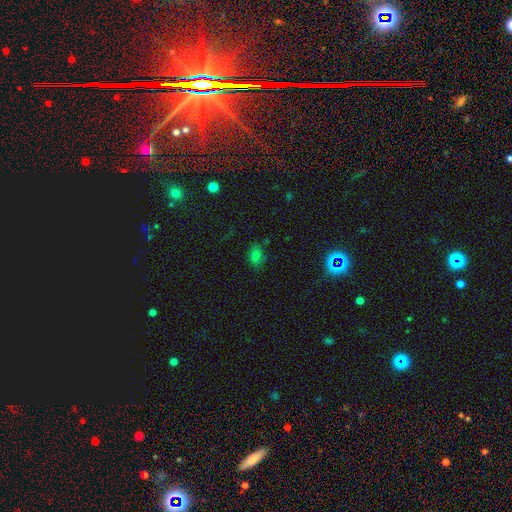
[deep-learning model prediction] This appears to be a smooth galaxy with no disk features (64%) that is in between round and cigar-shaped (72%). Merging: none (76%).